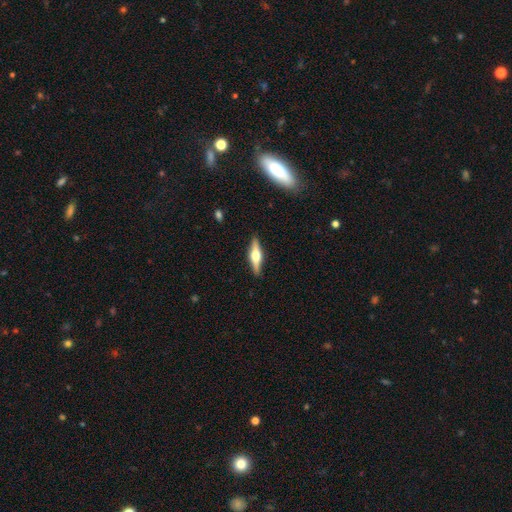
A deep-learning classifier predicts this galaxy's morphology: featured or disk 66%, smooth 28%, star or artifact 6%. Down the decision tree: edge-on disk — yes (97%); edge-on bulge — rounded (94%); merging — none (90%).